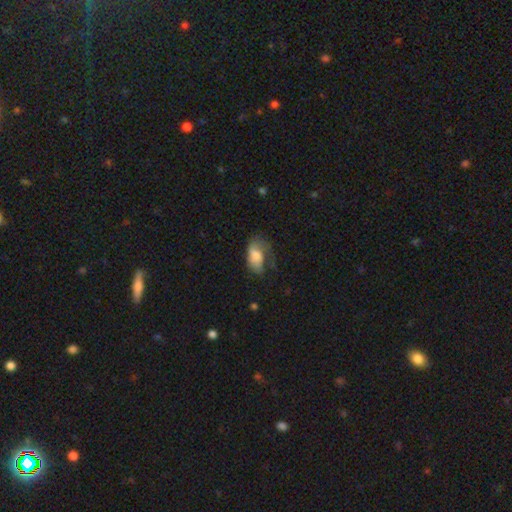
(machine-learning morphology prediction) This appears to be a smooth galaxy with no disk features (65%) that is in between round and cigar-shaped (90%). Merging: major disturbance (40%).